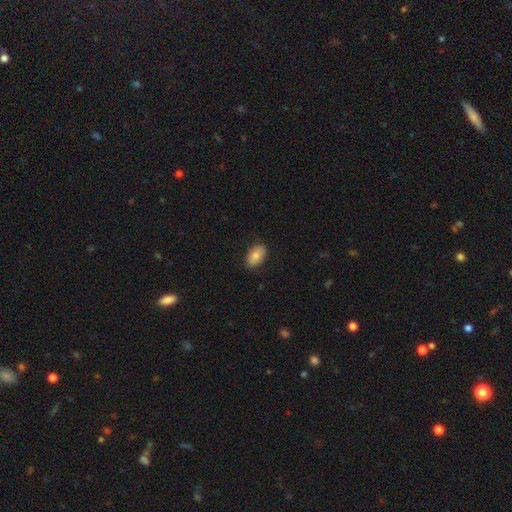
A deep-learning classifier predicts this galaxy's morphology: Smooth or featured? smooth (81%)
How rounded? in between (89%)
Merging? none (86%)